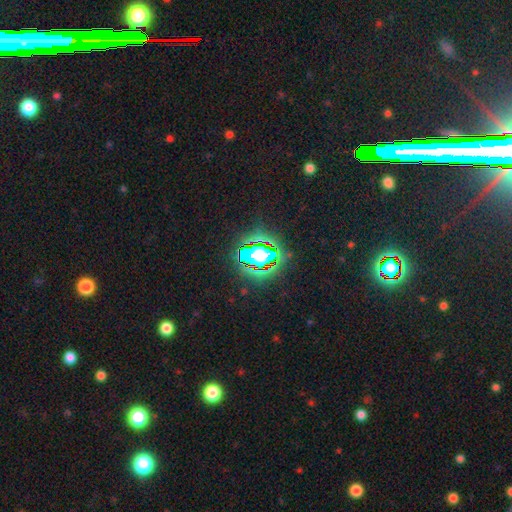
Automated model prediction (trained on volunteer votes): Smooth or featured? Predicted: star or artifact (p=0.76).